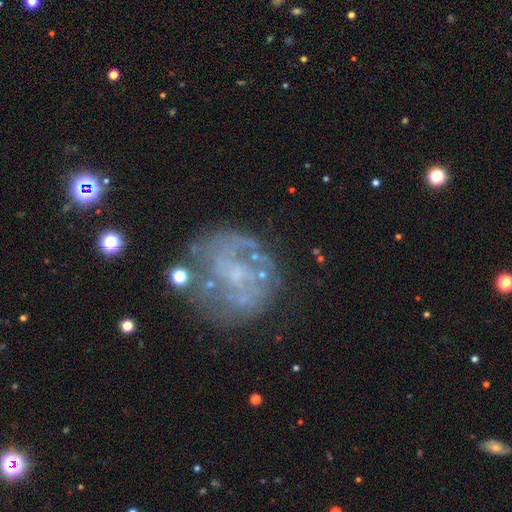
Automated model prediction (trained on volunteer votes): Q: Smooth or featured?
A: featured or disk (74%); runner-up: smooth (15%)
Q: Edge-on disk?
A: no (98%); runner-up: yes (2%)
Q: Bar?
A: no (66%); runner-up: weak (27%)
Q: Spiral arms?
A: yes (63%); runner-up: no (37%)
Q: Bulge size?
A: none (45%); runner-up: small (36%)
Q: Merging?
A: none (58%); runner-up: minor disturbance (19%)